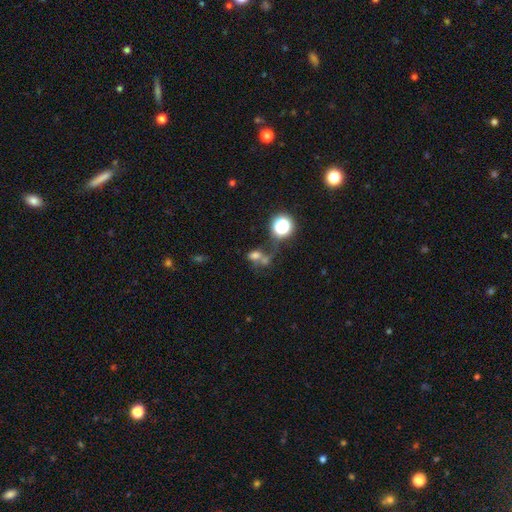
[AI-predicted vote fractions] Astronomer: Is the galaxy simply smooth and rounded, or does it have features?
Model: smooth — 61%.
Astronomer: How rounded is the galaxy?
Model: in between — 60% (runner-up: round, 37%).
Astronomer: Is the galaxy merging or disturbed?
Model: merger — 45% (runner-up: none, 32%).